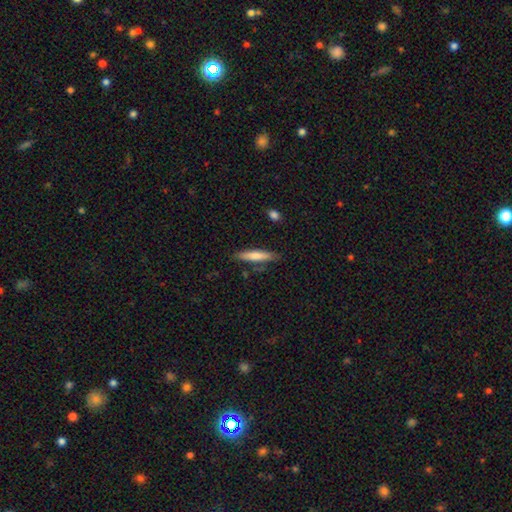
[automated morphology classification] Smooth or featured? Predicted: smooth (p=0.71). How rounded? Predicted: cigar-shaped (p=0.85). Merging? Predicted: none (p=0.80).